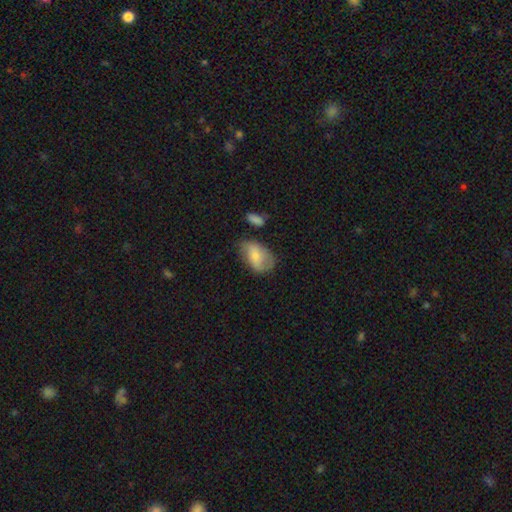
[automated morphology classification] Q: Smooth or featured?
A: smooth (67%); runner-up: featured or disk (26%)
Q: How rounded?
A: in between (88%); runner-up: round (10%)
Q: Merging?
A: none (51%); runner-up: minor disturbance (31%)